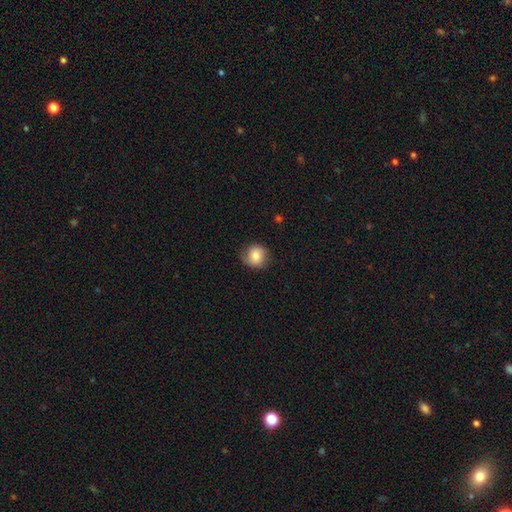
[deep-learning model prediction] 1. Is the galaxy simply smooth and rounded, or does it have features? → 75% smooth, 17% featured or disk, 8% star or artifact.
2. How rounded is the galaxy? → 84% round, 15% in between, 1% cigar-shaped.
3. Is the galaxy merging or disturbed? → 72% none, 21% minor disturbance, 6% major disturbance, 1% merger.